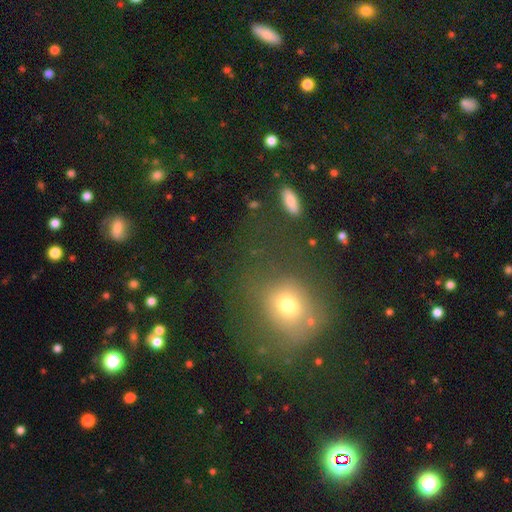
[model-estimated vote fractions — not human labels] Smooth or featured? smooth (55%)
How rounded? round (75%)
Merging? none (68%)